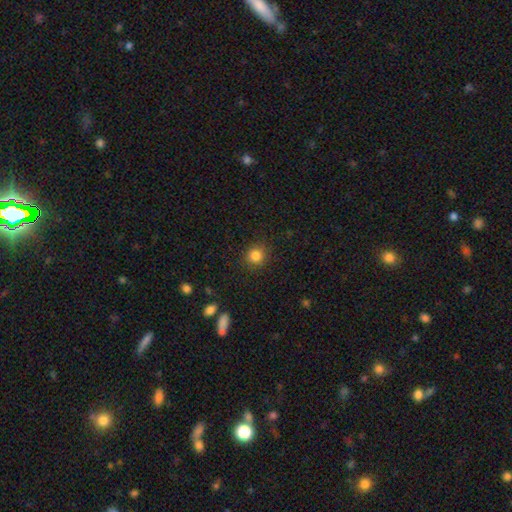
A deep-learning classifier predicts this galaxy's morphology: Smooth or featured? smooth (84%)
How rounded? round (90%)
Merging? none (90%)